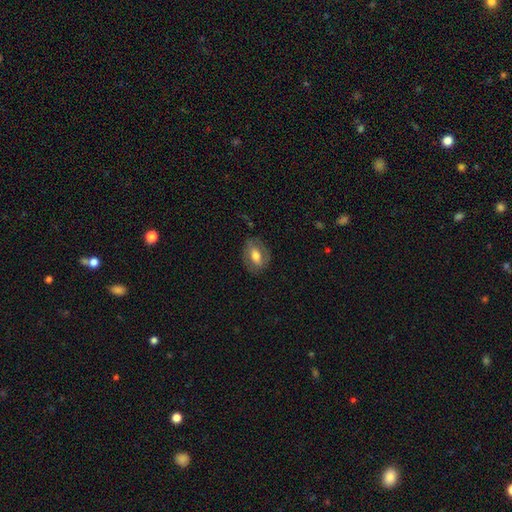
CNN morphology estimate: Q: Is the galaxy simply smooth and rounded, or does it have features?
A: smooth — 53%.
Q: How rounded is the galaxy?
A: in between — 81%.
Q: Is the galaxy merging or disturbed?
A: none — 74%.